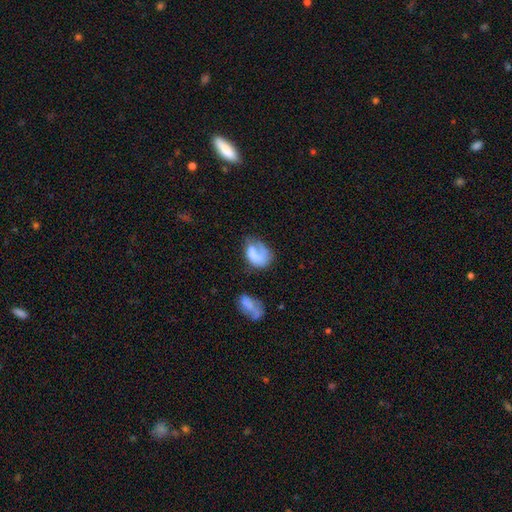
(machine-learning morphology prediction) type=smooth (52%); roundness=in between (74%); merging=major disturbance (35%).